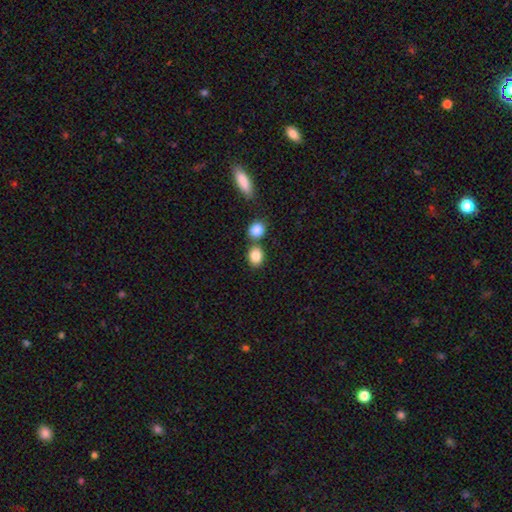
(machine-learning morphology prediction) Overall: smooth (84%). How rounded: round (56%; in between 43%). Merging: none (63%; merger 25%).